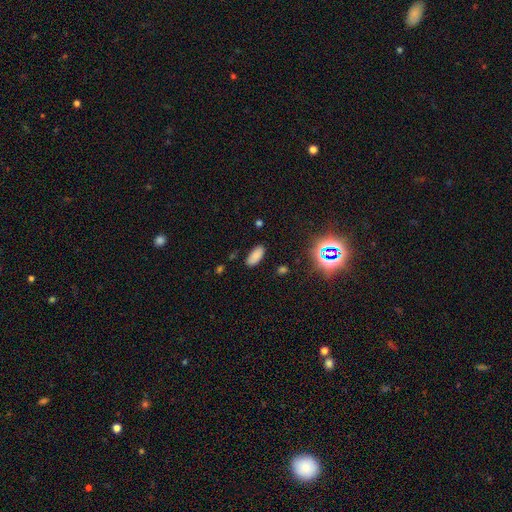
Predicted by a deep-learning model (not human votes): This appears to be a smooth galaxy with no disk features (81%) that is in between round and cigar-shaped (88%). Merging: none (86%).